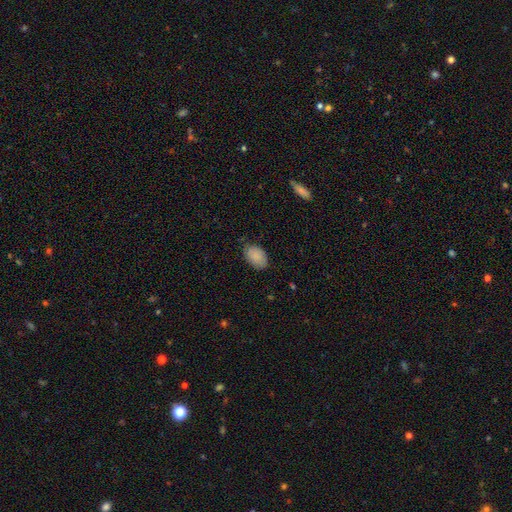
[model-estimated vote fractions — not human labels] Smooth or featured? Predicted: smooth (p=0.87). How rounded? Predicted: in between (p=0.86). Merging? Predicted: none (p=0.76).